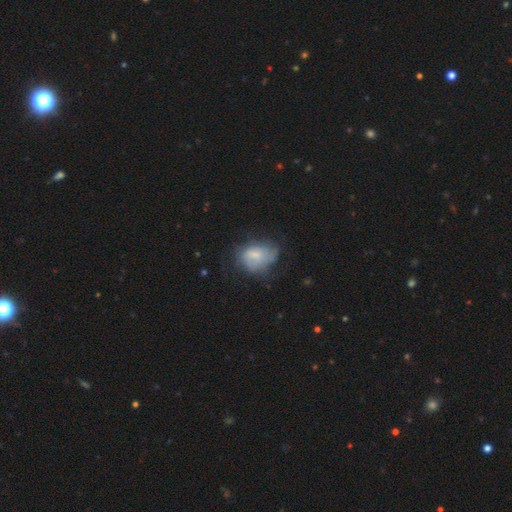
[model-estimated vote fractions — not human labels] Overall: smooth (57%; featured or disk 34%). How rounded: in between (70%). Merging: none (43%; minor disturbance 33%).